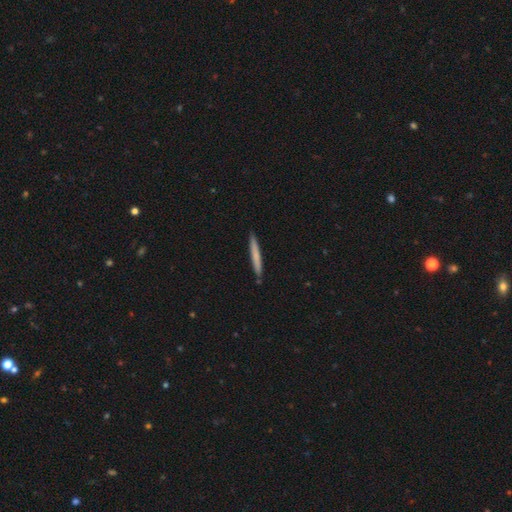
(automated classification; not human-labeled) Smooth or featured: smooth — 70% (featured or disk — 25%)
How rounded: cigar-shaped — 96% (in between — 2%)
Merging: none — 89% (minor disturbance — 8%)